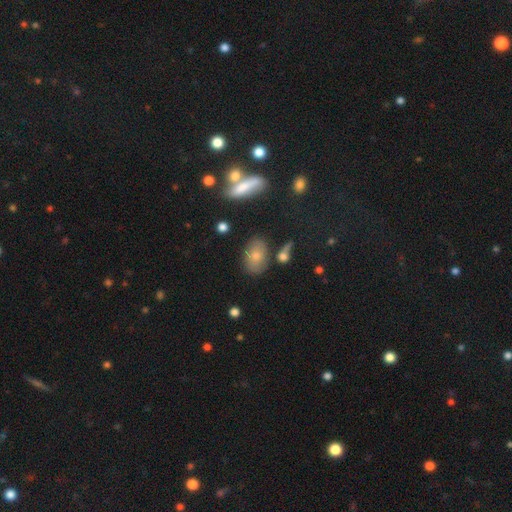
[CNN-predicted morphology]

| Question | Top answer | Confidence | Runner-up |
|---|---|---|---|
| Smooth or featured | smooth | 71% | featured or disk (18%) |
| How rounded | in between | 85% | round (13%) |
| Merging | none | 72% | minor disturbance (16%) |